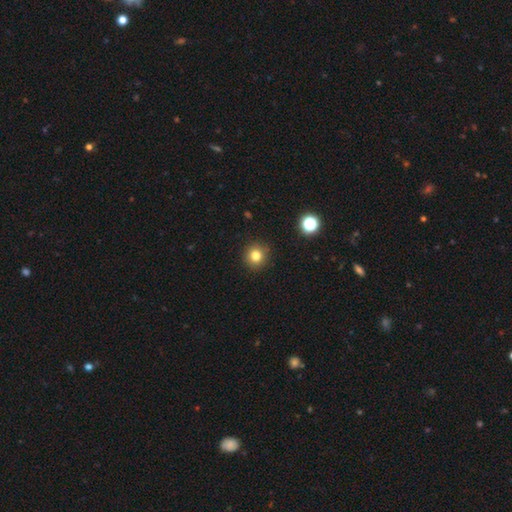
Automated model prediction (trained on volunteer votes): This appears to be a smooth galaxy with no disk features (81%) that is round (90%). Merging: none (91%).